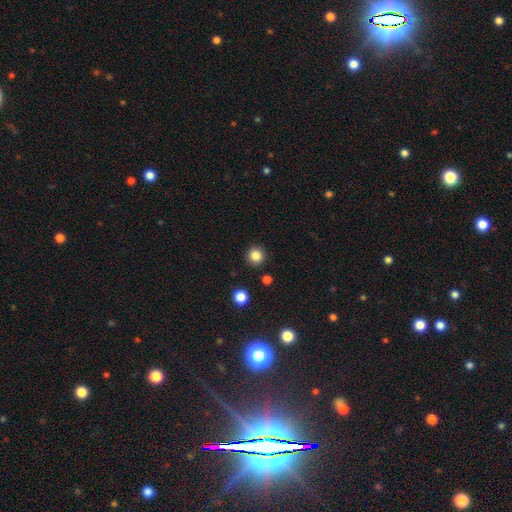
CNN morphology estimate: The model was most divided on "smooth or featured": smooth: 84%, star or artifact: 12%, featured or disk: 4%. More confident: how rounded — round (93%); merging — none (91%).